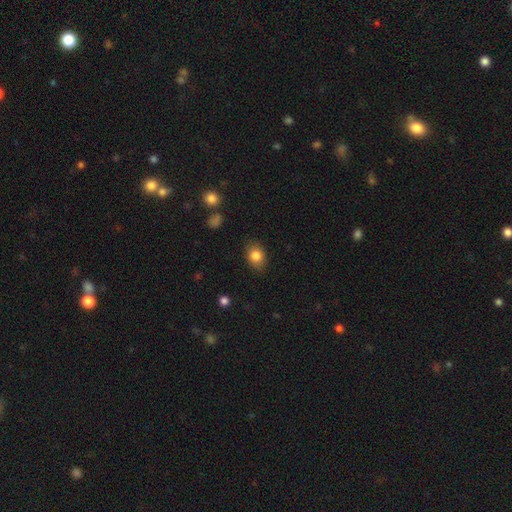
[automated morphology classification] The model was most divided on "how rounded": in between: 63%, round: 36%, cigar-shaped: 1%. More confident: merging — none (83%); smooth or featured — smooth (83%).